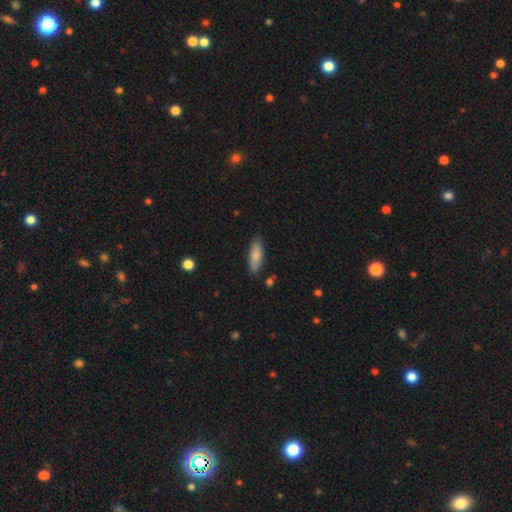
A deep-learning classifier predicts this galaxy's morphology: A smooth galaxy with no disk features (83%) that is in between round and cigar-shaped (64%).

Vote fractions:
- Smooth or featured? smooth: 83% / featured or disk: 11% / star or artifact: 6%
- How rounded? in between: 64% / cigar-shaped: 35% / round: 2%
- Merging? none: 83% / minor disturbance: 13% / major disturbance: 2% / merger: 2%